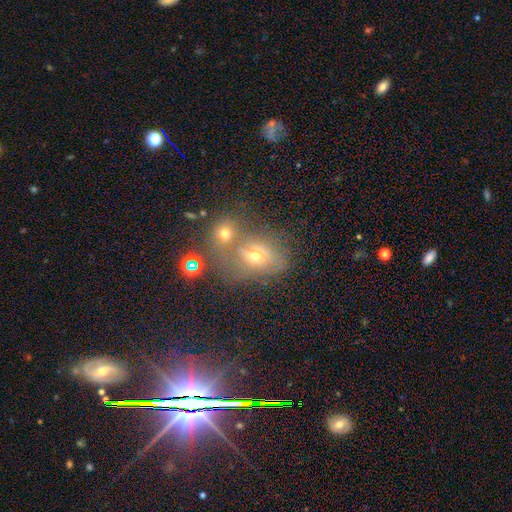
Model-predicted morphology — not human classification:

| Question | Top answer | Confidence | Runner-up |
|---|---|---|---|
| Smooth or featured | smooth | 51% | featured or disk (26%) |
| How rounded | in between | 55% | round (43%) |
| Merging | merger | 44% | none (34%) |